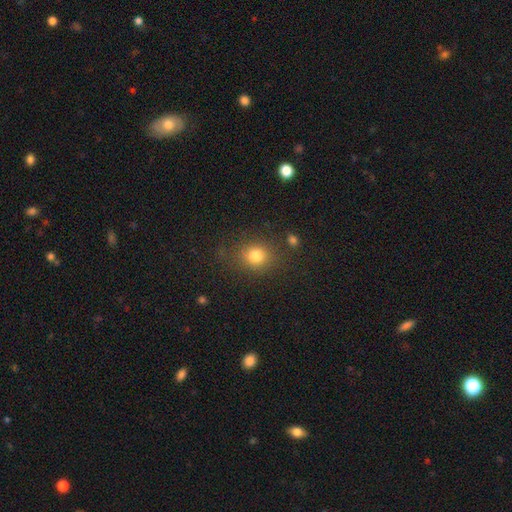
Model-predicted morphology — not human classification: A smooth galaxy with no disk features (80%) that is round (74%). Merging: none (79%).